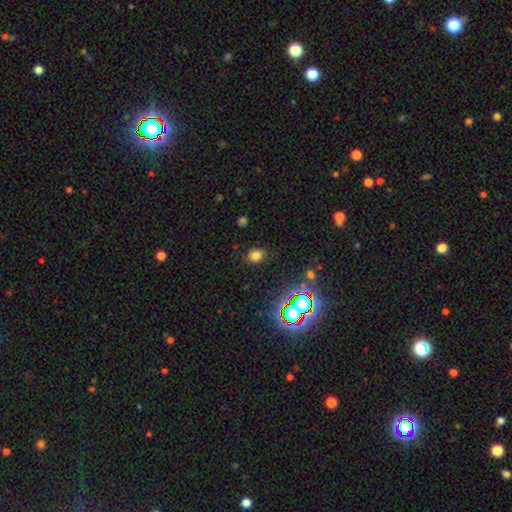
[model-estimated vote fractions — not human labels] Smooth or featured: smooth — 74% (star or artifact — 19%)
How rounded: round — 52% (in between — 47%)
Merging: none — 84% (minor disturbance — 11%)